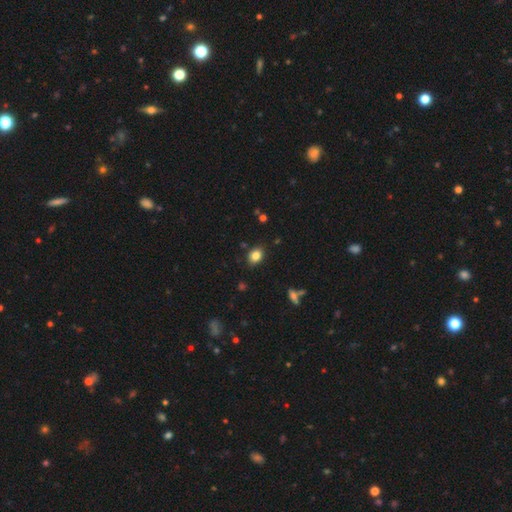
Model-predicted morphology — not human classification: smooth-or-featured: smooth: 84% | star or artifact: 10% | featured or disk: 6%
  how-rounded: in between: 66% | round: 33% | cigar-shaped: 1%
  merging: none: 85% | minor disturbance: 11% | major disturbance: 2% | merger: 2%